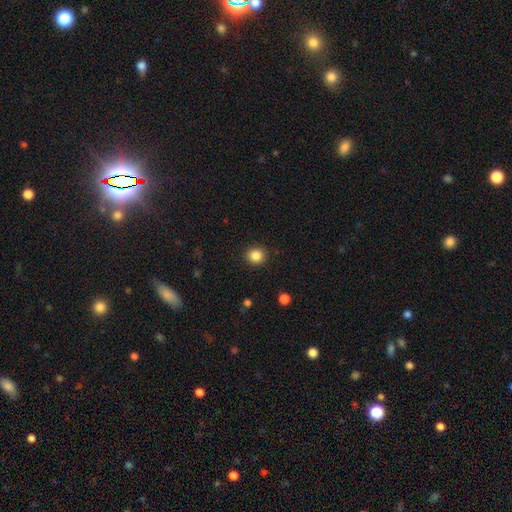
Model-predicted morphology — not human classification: Smooth or featured: smooth — 85% (star or artifact — 11%)
How rounded: round — 87% (in between — 12%)
Merging: none — 90% (minor disturbance — 6%)